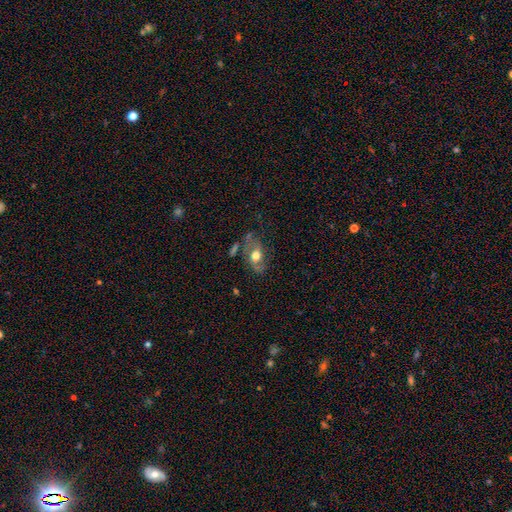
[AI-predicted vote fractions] A featured or disk galaxy (46%).

Vote fractions:
- Smooth or featured? featured or disk: 46% / smooth: 45% / star or artifact: 9%
- Merging? none: 51% / minor disturbance: 25% / major disturbance: 16% / merger: 8%